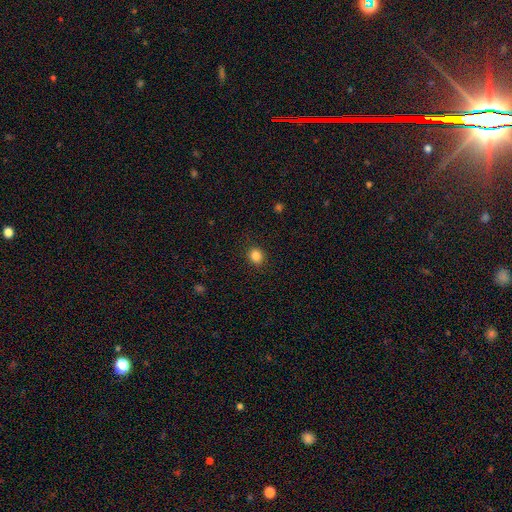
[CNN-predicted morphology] type=smooth (85%); roundness=round (71%); merging=none (89%).